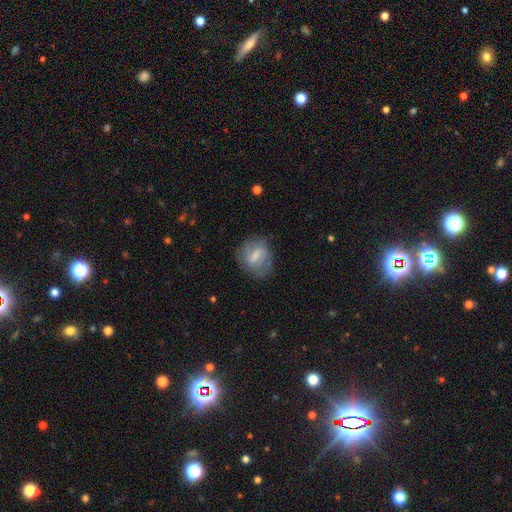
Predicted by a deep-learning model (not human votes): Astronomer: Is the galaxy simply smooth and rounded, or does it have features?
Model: smooth — 49% (runner-up: featured or disk, 44%).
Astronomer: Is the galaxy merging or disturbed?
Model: none — 63%.